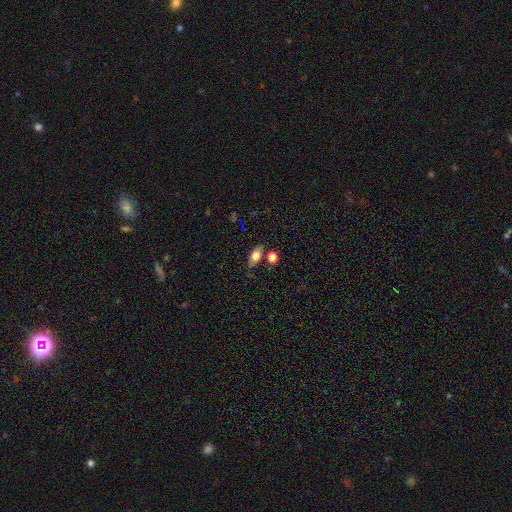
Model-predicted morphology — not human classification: This is likely a smooth galaxy (75%). How rounded: clearly in between (84%). Merging: likely none (72%).